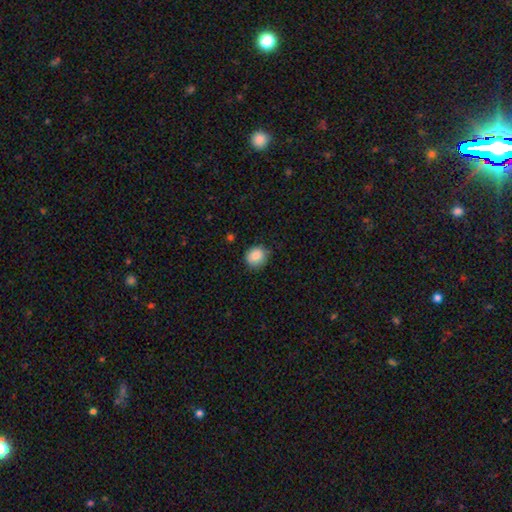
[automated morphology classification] The model was most divided on "how rounded": round: 81%, in between: 18%, cigar-shaped: 1%. More confident: smooth or featured — smooth (86%); merging — none (80%).